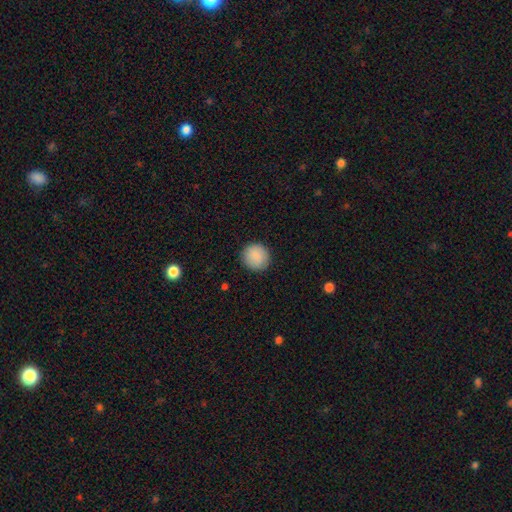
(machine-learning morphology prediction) Q: Smooth or featured?
A: smooth (89%); runner-up: star or artifact (7%)
Q: How rounded?
A: round (93%); runner-up: in between (6%)
Q: Merging?
A: none (91%); runner-up: minor disturbance (6%)